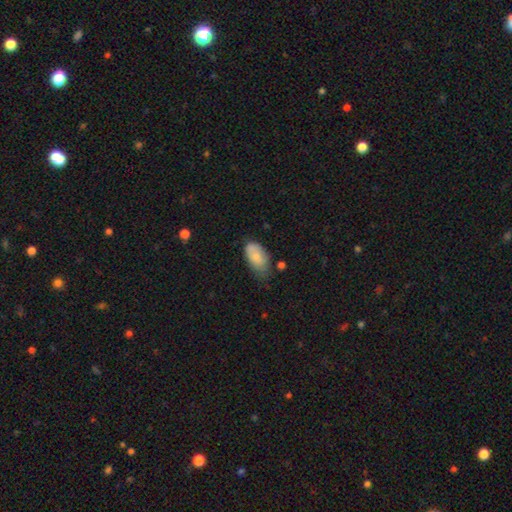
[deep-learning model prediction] A smooth galaxy with no disk features (79%) that is in between round and cigar-shaped (94%).

Vote fractions:
- Smooth or featured? smooth: 79% / featured or disk: 14% / star or artifact: 7%
- How rounded? in between: 94% / round: 4% / cigar-shaped: 2%
- Merging? none: 48% / minor disturbance: 38% / major disturbance: 10% / merger: 4%